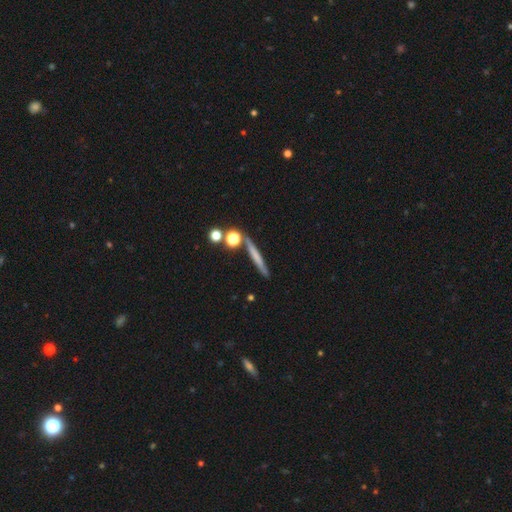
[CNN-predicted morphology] Smooth or featured: smooth — 56% (featured or disk — 35%)
How rounded: cigar-shaped — 88% (round — 7%)
Merging: none — 80% (minor disturbance — 9%)